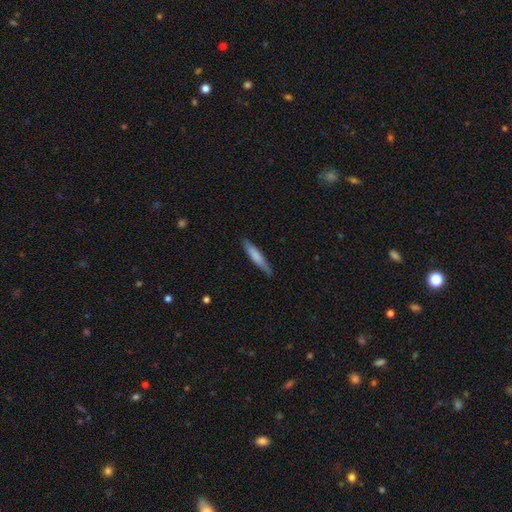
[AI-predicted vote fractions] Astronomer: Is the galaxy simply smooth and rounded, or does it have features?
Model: smooth — 74%.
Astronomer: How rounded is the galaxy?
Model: cigar-shaped — 87%.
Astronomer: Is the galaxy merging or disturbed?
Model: none — 80%.